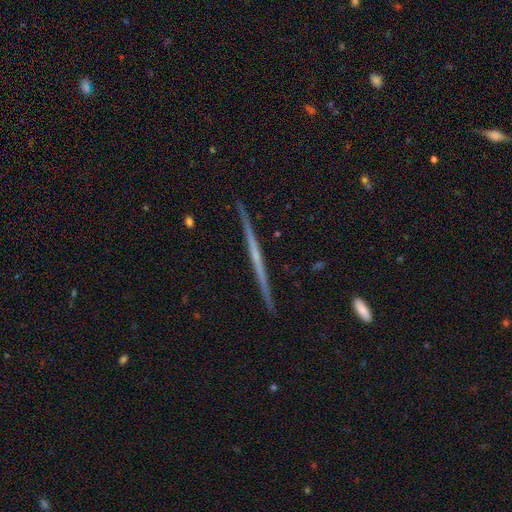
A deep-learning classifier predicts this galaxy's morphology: smooth_or_featured: featured or disk (p=0.73) [alt: smooth p=0.21]
disk_edge_on: yes (p=0.98) [alt: no p=0.02]
edge_on_bulge: none (p=0.78) [alt: rounded p=0.16]
merging: none (p=0.92) [alt: minor disturbance p=0.05]